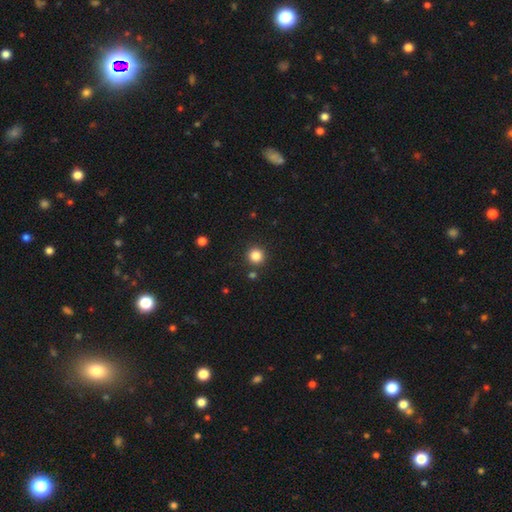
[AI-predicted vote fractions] Smooth or featured?
  - smooth: 84% *
  - star or artifact: 12%
  - featured or disk: 4%
How rounded?
  - round: 95% *
  - in between: 4%
  - cigar-shaped: 1%
Merging?
  - none: 89% *
  - minor disturbance: 6%
  - merger: 4%
  - major disturbance: 2%